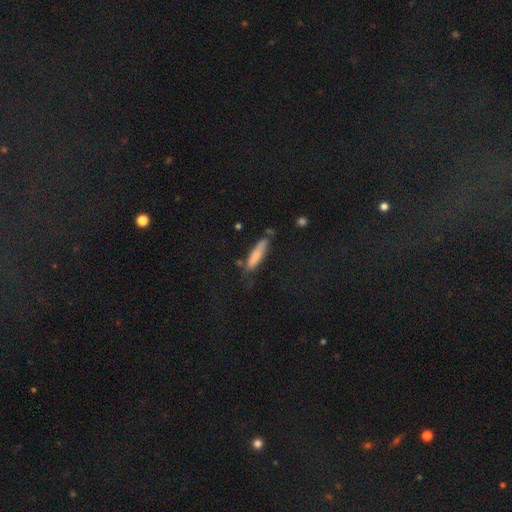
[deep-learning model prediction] Q: Smooth or featured?
A: smooth (78%); runner-up: featured or disk (16%)
Q: How rounded?
A: cigar-shaped (80%); runner-up: in between (18%)
Q: Merging?
A: none (66%); runner-up: minor disturbance (23%)